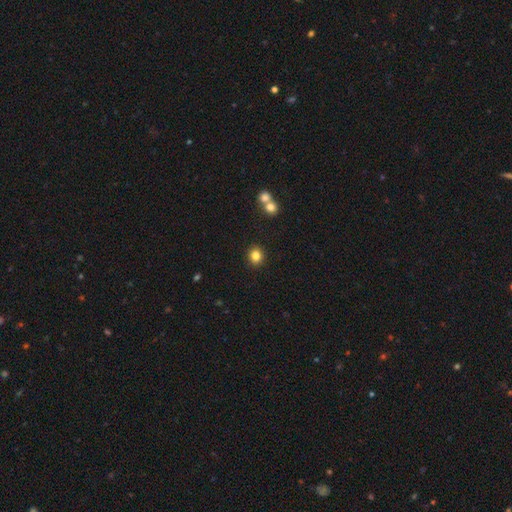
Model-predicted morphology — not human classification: A smooth galaxy with no disk features (83%) that is round (83%).

Vote fractions:
- Smooth or featured? smooth: 83% / star or artifact: 12% / featured or disk: 6%
- How rounded? round: 83% / in between: 16% / cigar-shaped: 1%
- Merging? none: 90% / minor disturbance: 6% / merger: 3% / major disturbance: 2%